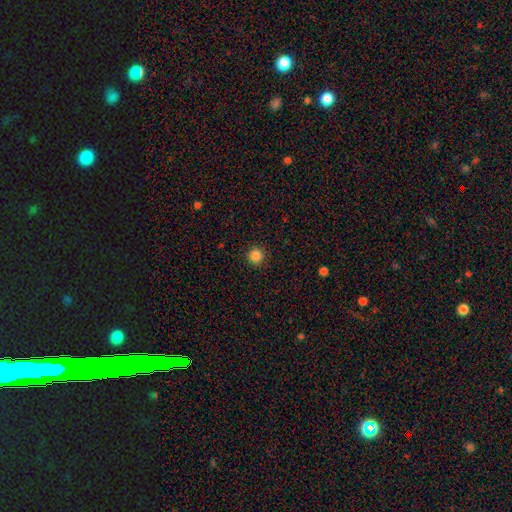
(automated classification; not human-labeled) Smooth or featured: smooth — 85% (star or artifact — 11%)
How rounded: round — 95% (in between — 4%)
Merging: none — 92% (minor disturbance — 5%)